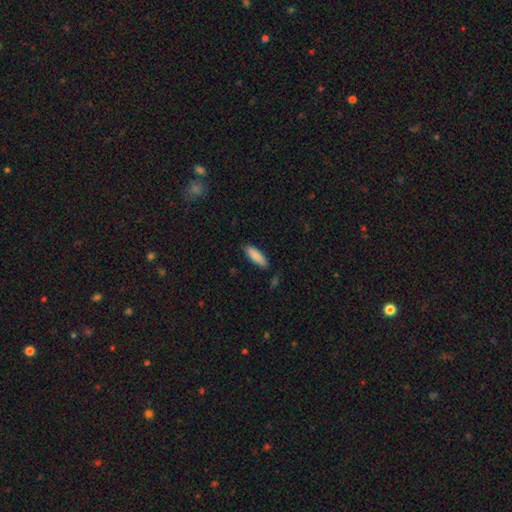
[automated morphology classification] Smooth or featured? Predicted: smooth (p=0.88). How rounded? Predicted: in between (p=0.53). Merging? Predicted: none (p=0.83).